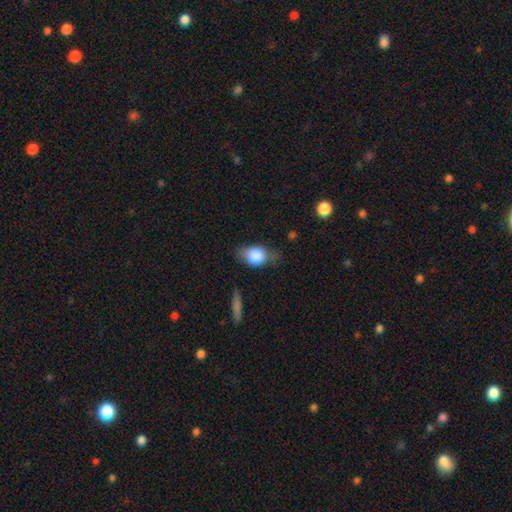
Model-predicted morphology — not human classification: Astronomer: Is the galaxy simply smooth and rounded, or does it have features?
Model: smooth — 81%.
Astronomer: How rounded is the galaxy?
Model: in between — 77%.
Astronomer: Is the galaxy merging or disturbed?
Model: none — 54% (runner-up: minor disturbance, 32%).